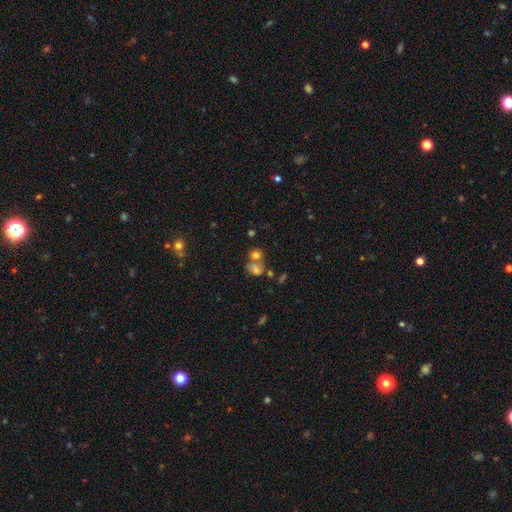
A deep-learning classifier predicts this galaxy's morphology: type=smooth (70%); roundness=round (63%); merging=merger (46%).